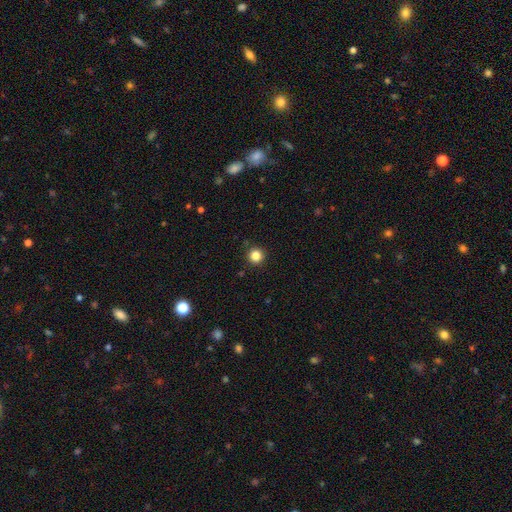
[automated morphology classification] Q: Smooth or featured?
A: smooth (84%); runner-up: star or artifact (12%)
Q: How rounded?
A: round (96%); runner-up: in between (3%)
Q: Merging?
A: none (92%); runner-up: minor disturbance (5%)